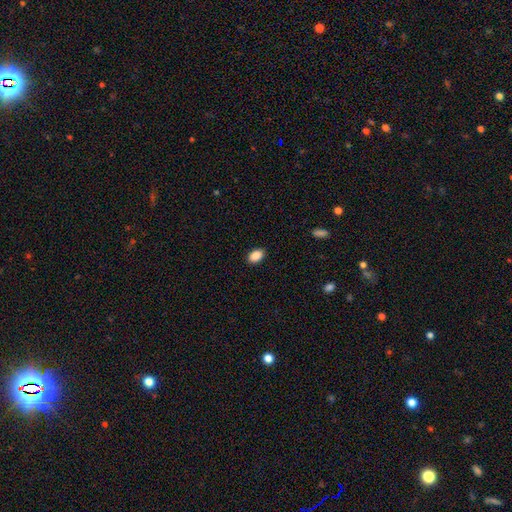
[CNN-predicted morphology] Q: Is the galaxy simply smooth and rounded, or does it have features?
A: smooth — 89%.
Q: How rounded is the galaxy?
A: in between — 86%.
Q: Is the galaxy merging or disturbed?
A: none — 89%.